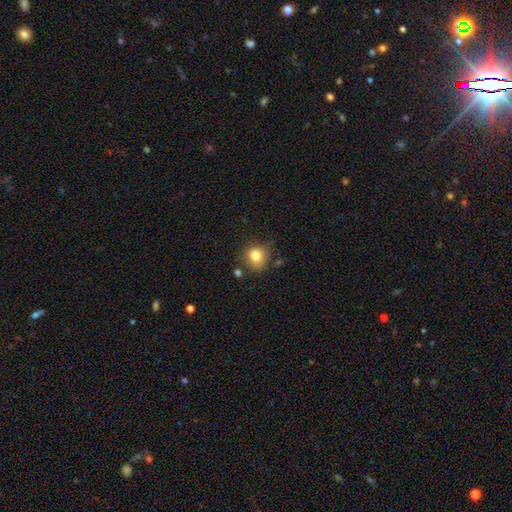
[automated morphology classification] Smooth or featured: smooth — 80% (star or artifact — 11%)
How rounded: round — 81% (in between — 18%)
Merging: none — 73% (minor disturbance — 17%)